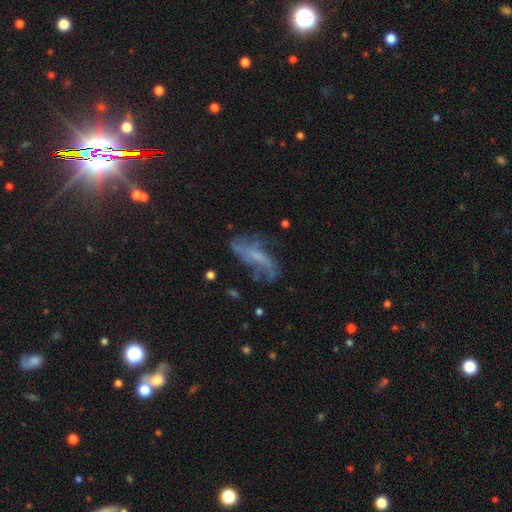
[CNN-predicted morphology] smooth-or-featured: featured or disk: 60% | smooth: 26% | star or artifact: 13%
  disk-edge-on: no: 86% | yes: 14%
    bar: no: 55% | weak: 32% | strong: 13%
    has-spiral-arms: yes: 67% | no: 33%
    bulge-size: none: 43% | small: 38% | moderate: 15% | large: 2% | dominant: 1%
  merging: none: 47% | major disturbance: 25% | minor disturbance: 23% | merger: 5%